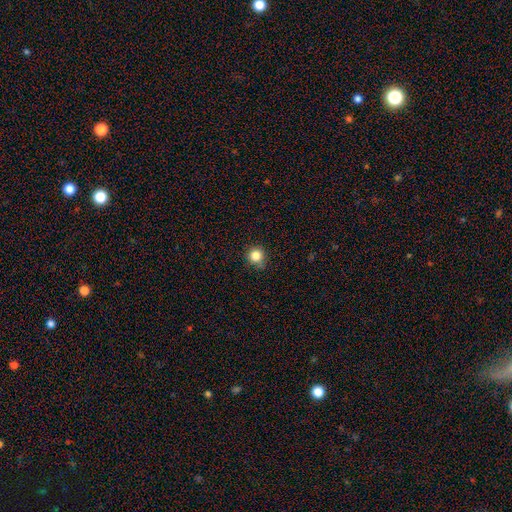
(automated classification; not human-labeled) The model was most divided on "merging": none: 80%, minor disturbance: 16%, major disturbance: 3%, merger: 1%. More confident: how rounded — round (92%); smooth or featured — smooth (83%).